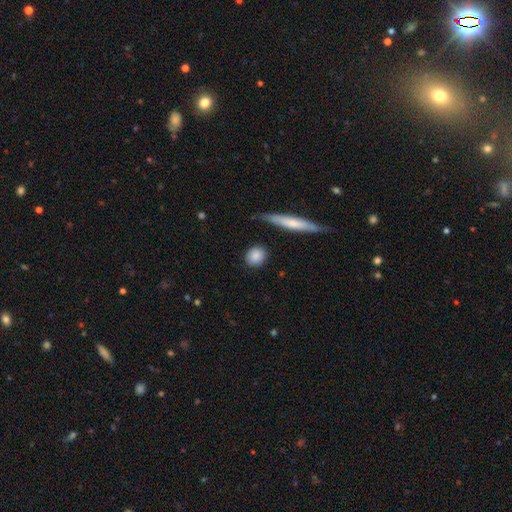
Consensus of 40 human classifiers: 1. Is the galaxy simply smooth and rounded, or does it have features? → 78% smooth, 12% star or artifact, 10% featured or disk.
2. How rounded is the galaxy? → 81% round, 16% in between, 3% cigar-shaped.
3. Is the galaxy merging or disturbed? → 74% none, 14% minor disturbance, 9% merger, 3% major disturbance.